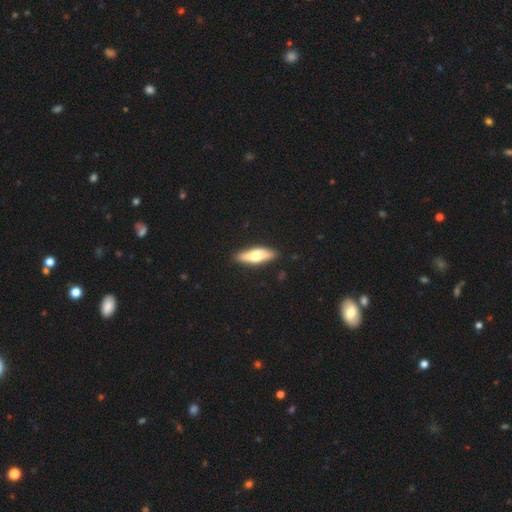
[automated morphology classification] Overall: smooth (55%; featured or disk 40%). How rounded: cigar-shaped (50%; in between 47%). Merging: none (89%).